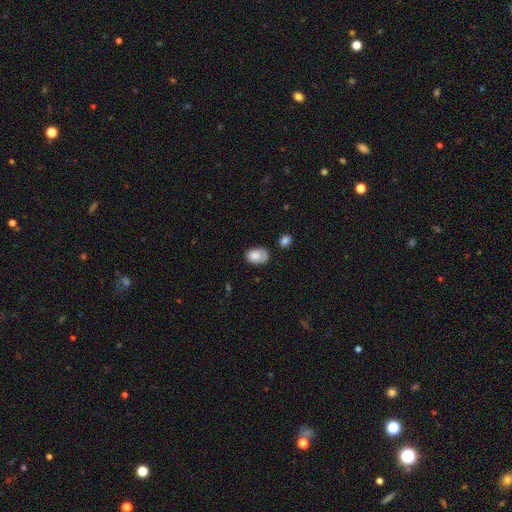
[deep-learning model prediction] smooth_or_featured: smooth (p=0.80) [alt: featured or disk p=0.13]
how_rounded: in between (p=0.82) [alt: round p=0.17]
merging: none (p=0.52) [alt: minor disturbance p=0.32]